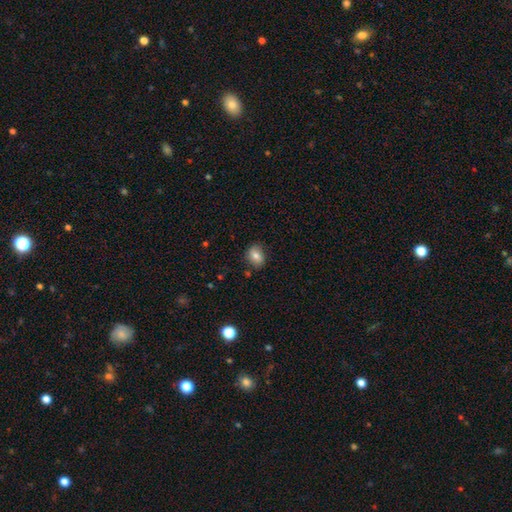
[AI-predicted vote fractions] Smooth or featured? Predicted: smooth (p=0.77). How rounded? Predicted: in between (p=0.60). Merging? Predicted: none (p=0.79).